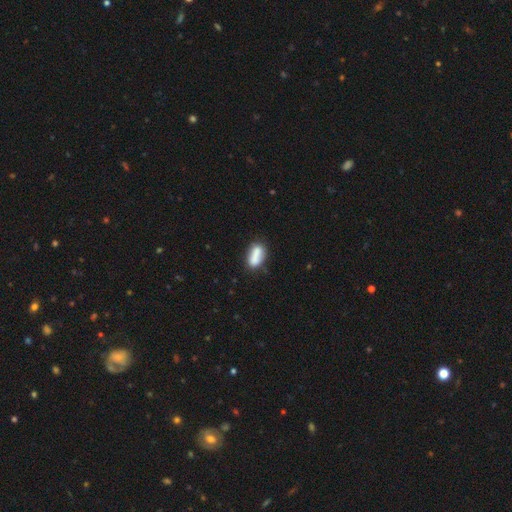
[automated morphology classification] This appears to be a smooth galaxy with no disk features (77%) that is in between round and cigar-shaped (71%). Merging: none (67%).